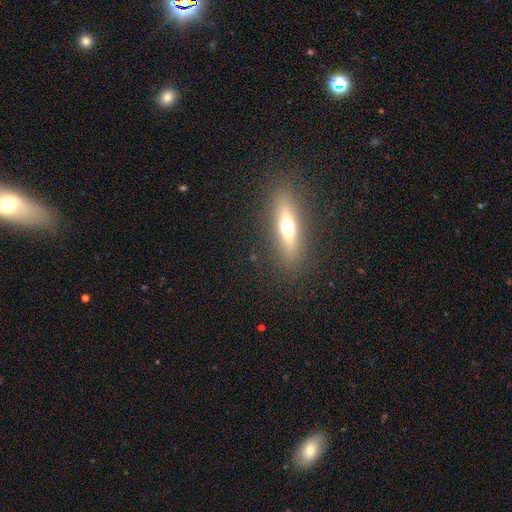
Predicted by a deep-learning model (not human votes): This is possibly a featured or disk galaxy (47%). Merging: clearly none (88%).